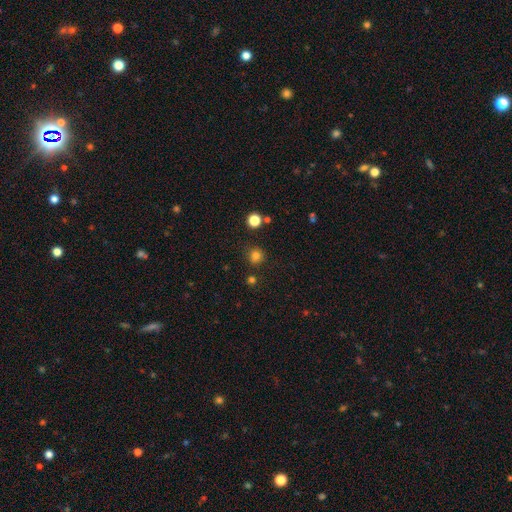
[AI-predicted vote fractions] A smooth galaxy with no disk features (79%) that is round (92%). Merging: none (85%).